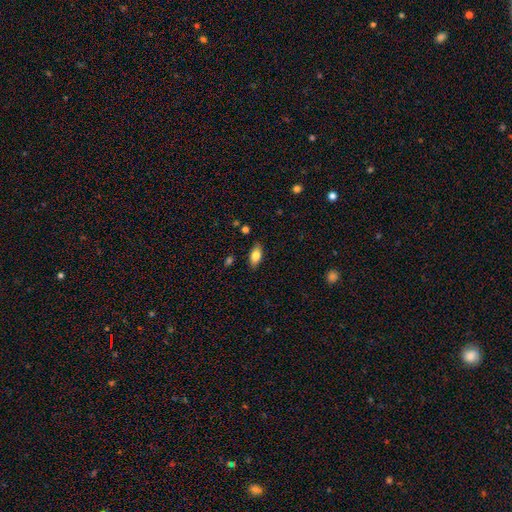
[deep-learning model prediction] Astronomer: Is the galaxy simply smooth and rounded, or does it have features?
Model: smooth — 78%.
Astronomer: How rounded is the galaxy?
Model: in between — 89%.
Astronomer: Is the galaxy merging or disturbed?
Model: none — 86%.